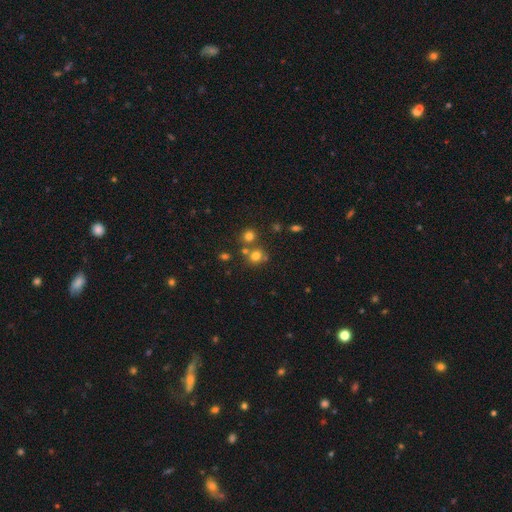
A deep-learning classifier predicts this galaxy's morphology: Smooth or featured? smooth (69%)
How rounded? round (82%)
Merging? none (60%)